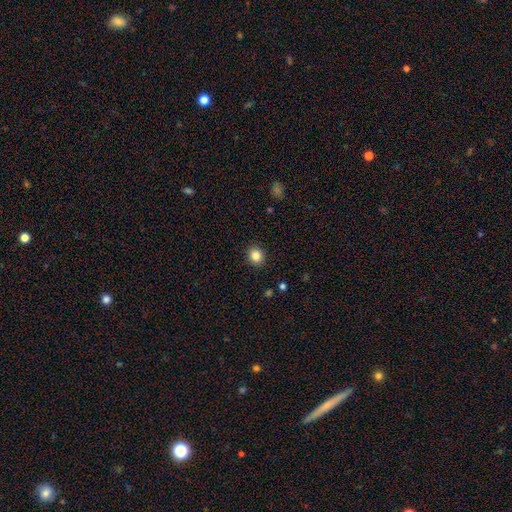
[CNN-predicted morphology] The model was most divided on "how rounded": round: 73%, in between: 26%, cigar-shaped: 1%. More confident: merging — none (90%); smooth or featured — smooth (85%).